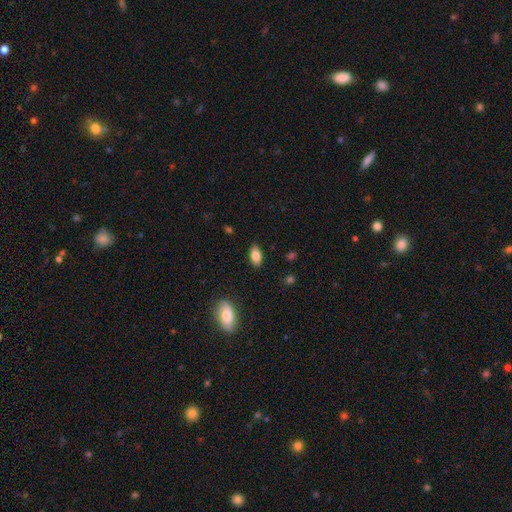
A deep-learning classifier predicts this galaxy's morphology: Overall: smooth (82%). How rounded: in between (90%). Merging: none (87%).